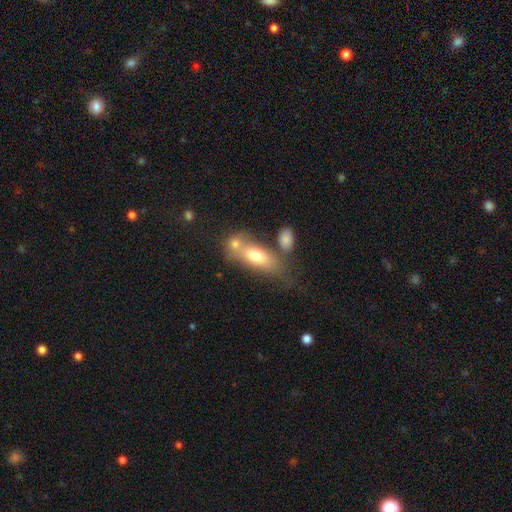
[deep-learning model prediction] Q: Smooth or featured?
A: smooth (68%); runner-up: featured or disk (23%)
Q: How rounded?
A: in between (77%); runner-up: cigar-shaped (16%)
Q: Merging?
A: none (39%); runner-up: merger (38%)